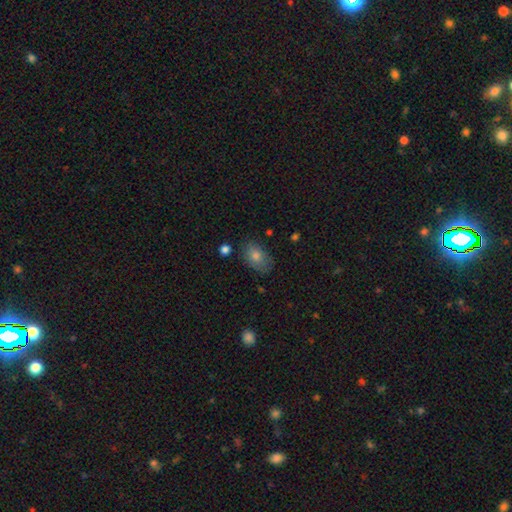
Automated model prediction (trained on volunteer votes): A smooth galaxy with no disk features (75%) that is in between round and cigar-shaped (84%). Merging: none (77%).